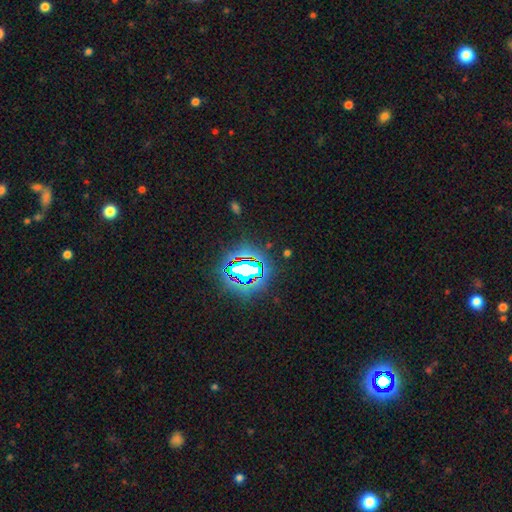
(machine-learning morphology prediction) The model was most divided on "smooth or featured": star or artifact: 83%, smooth: 10%, featured or disk: 7%.